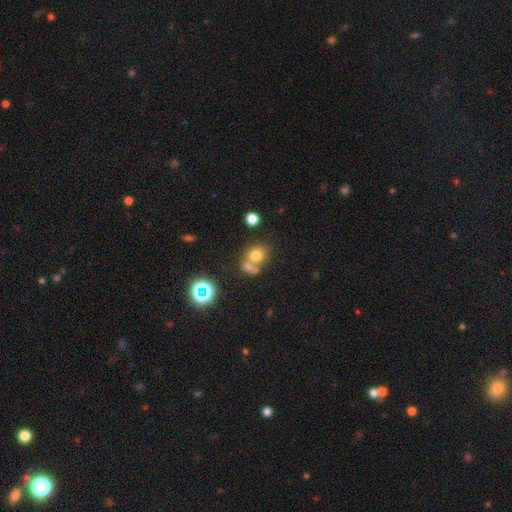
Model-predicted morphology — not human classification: smooth 71%, star or artifact 16%, featured or disk 12%. Down the decision tree: how rounded — round (70%); merging — none (44%).